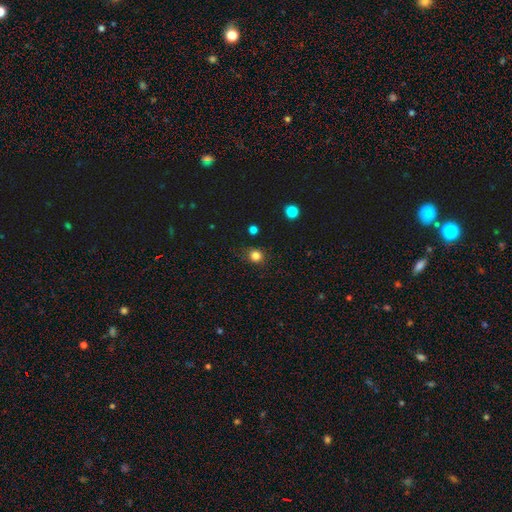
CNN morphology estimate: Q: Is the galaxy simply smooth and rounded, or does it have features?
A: smooth — 82%.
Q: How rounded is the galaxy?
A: round — 86%.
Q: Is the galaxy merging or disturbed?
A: none — 83%.